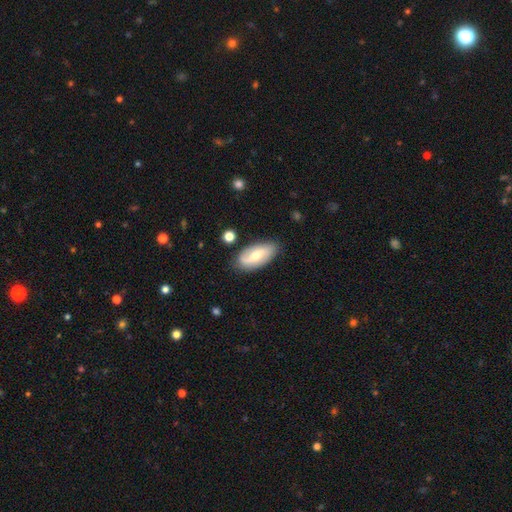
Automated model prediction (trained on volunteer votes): Q: Smooth or featured?
A: featured or disk (54%); runner-up: smooth (40%)
Q: Edge-on disk?
A: no (90%); runner-up: yes (10%)
Q: Merging?
A: none (79%); runner-up: minor disturbance (15%)